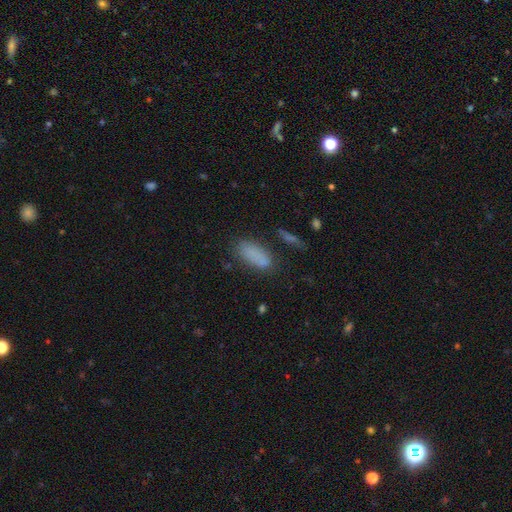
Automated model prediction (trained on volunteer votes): A smooth galaxy with no disk features (83%) that is in between round and cigar-shaped (80%). Merging: none (72%).